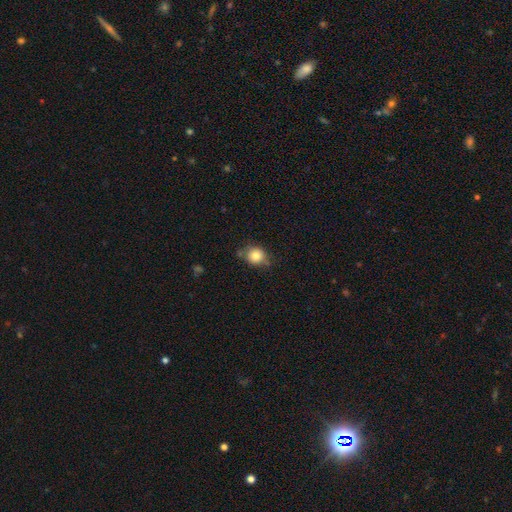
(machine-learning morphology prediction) The model was most divided on "merging": none: 67%, minor disturbance: 22%, merger: 5%, major disturbance: 5%. More confident: smooth or featured — smooth (81%); how rounded — round (79%).